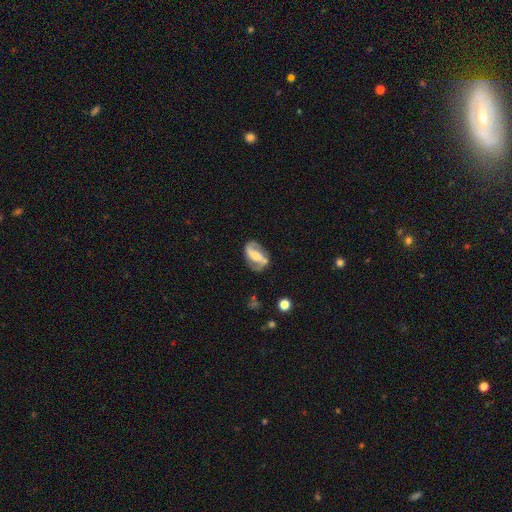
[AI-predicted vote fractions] featured or disk 81%, smooth 13%, star or artifact 6%. Down the decision tree: edge-on disk — no (96%); bar — strong (50%); spiral arms — yes (91%); spiral arm count — 2 (89%); spiral winding — loose (41%); bulge size — moderate (46%); merging — none (72%).